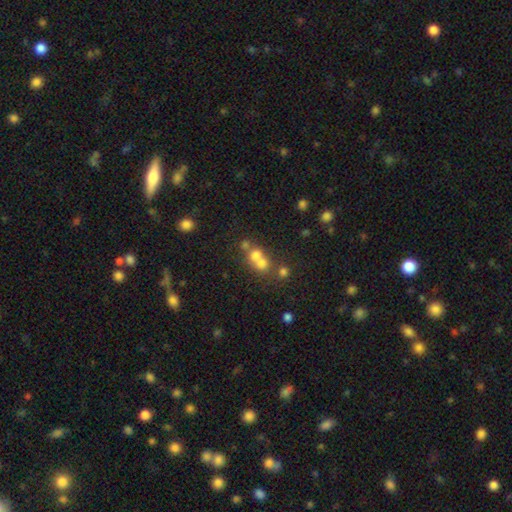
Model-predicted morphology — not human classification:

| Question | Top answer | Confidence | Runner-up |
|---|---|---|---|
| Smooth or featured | smooth | 64% | featured or disk (20%) |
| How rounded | round | 78% | in between (21%) |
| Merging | merger | 59% | none (31%) |